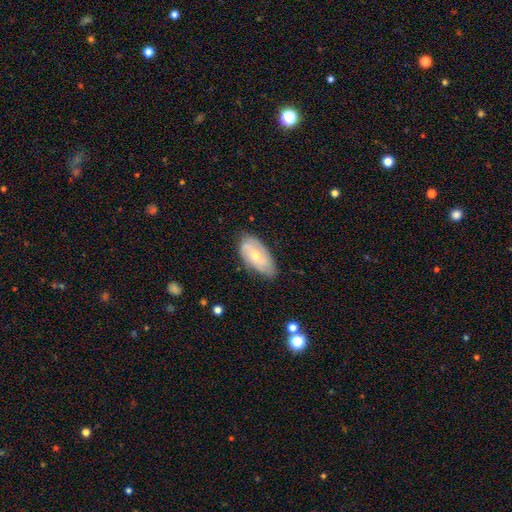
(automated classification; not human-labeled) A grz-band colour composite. It shows a featured or disk galaxy (49%). Merging: none (69%).